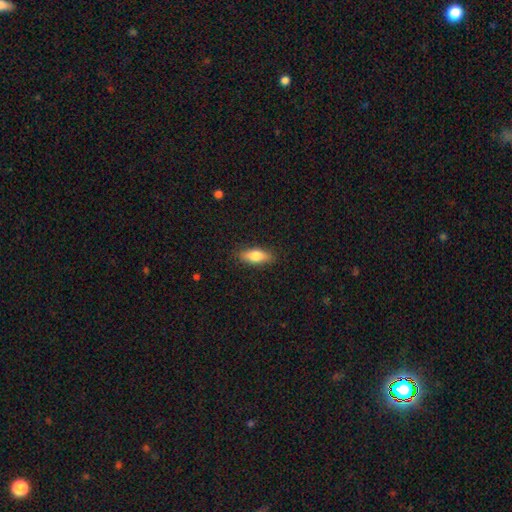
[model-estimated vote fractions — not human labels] Smooth or featured?
  - smooth: 75% *
  - featured or disk: 19%
  - star or artifact: 6%
How rounded?
  - in between: 69% *
  - cigar-shaped: 28%
  - round: 3%
Merging?
  - none: 87% *
  - minor disturbance: 10%
  - major disturbance: 2%
  - merger: 1%